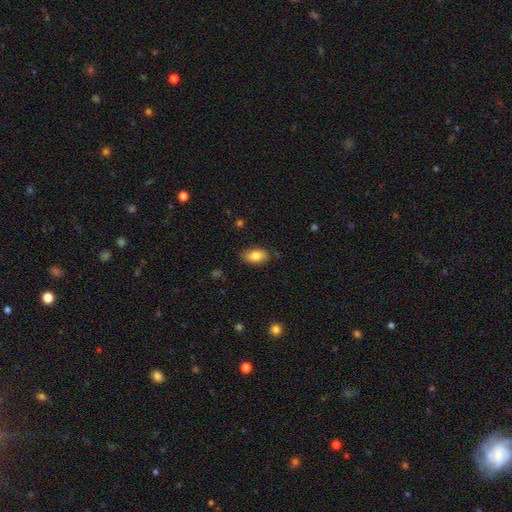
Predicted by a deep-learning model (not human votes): Smooth or featured: smooth — 82% (featured or disk — 10%)
How rounded: in between — 92% (round — 6%)
Merging: none — 83% (minor disturbance — 13%)